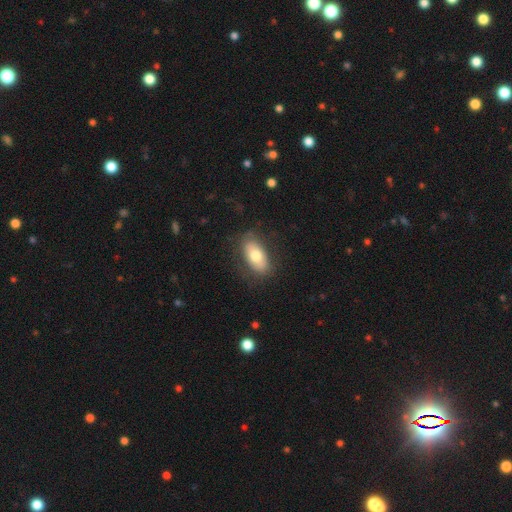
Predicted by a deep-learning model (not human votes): Overall: smooth (70%). How rounded: in between (90%). Merging: none (79%).